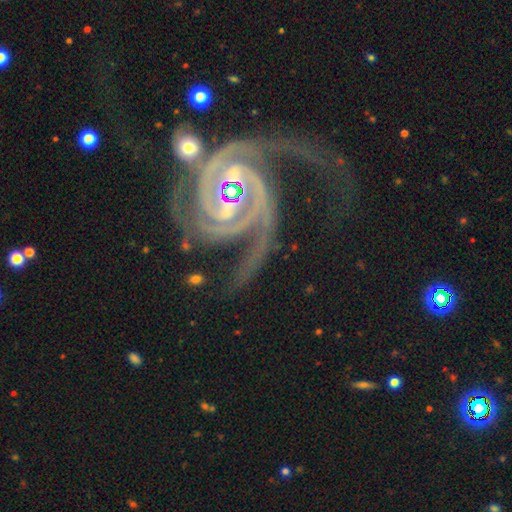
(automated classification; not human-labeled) smooth-or-featured: featured or disk: 91% | star or artifact: 5% | smooth: 4%
  disk-edge-on: no: 97% | yes: 3%
    bar: weak: 35% | no: 32% | strong: 32%
    has-spiral-arms: yes: 98% | no: 2%
      spiral-winding: tight: 58% | medium: 34% | loose: 8%
      spiral-arm-count: 2: 44% | 3: 25% | can't tell: 9% | 4: 9% | more than 4: 6% | 1: 6%
    bulge-size: small: 50% | moderate: 41% | none: 4% | large: 4% | dominant: 2%
  merging: none: 39% | merger: 23% | major disturbance: 20% | minor disturbance: 17%